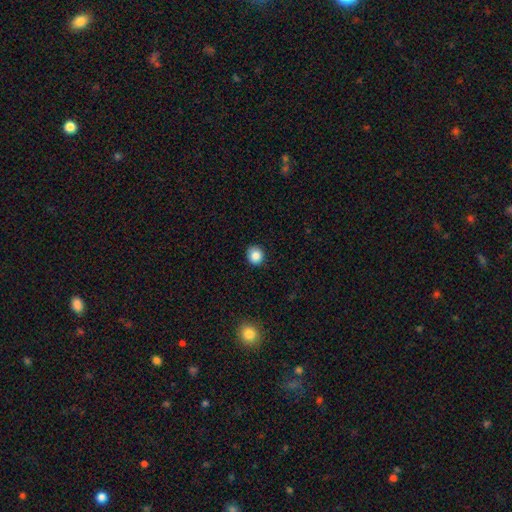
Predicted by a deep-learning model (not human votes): Morphology: type=smooth (86%); roundness=round (86%); merging=none (86%).